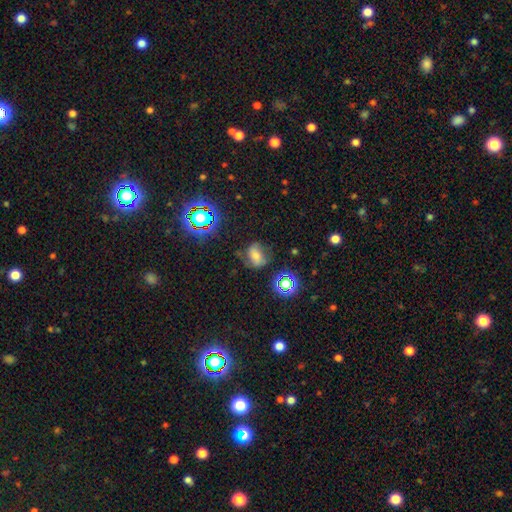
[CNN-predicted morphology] This appears to be a smooth galaxy with no disk features (45%). Merging: none (56%).